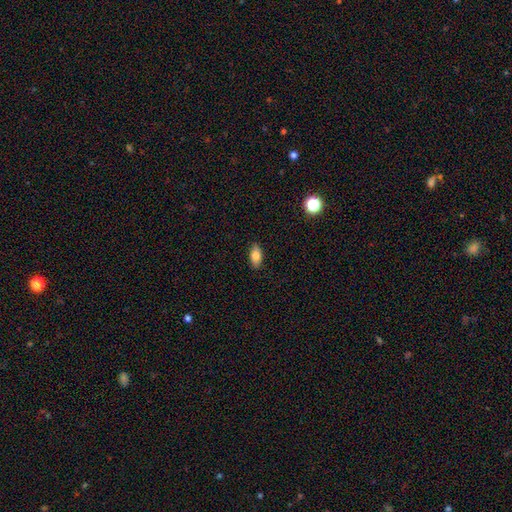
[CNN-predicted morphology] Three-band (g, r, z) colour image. It shows a smooth galaxy with no disk features (81%) that is in between round and cigar-shaped (89%). Merging: none (88%).